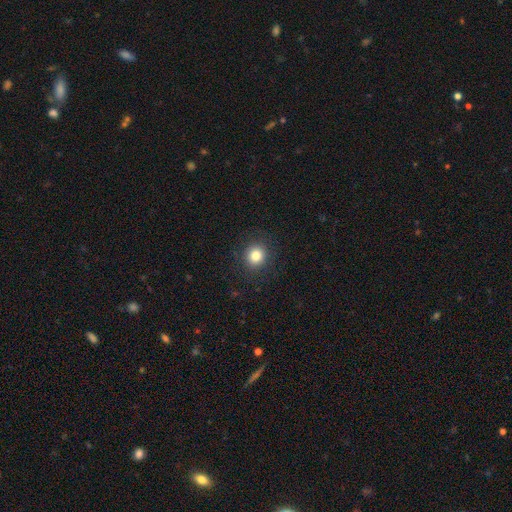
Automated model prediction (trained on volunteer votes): smooth_or_featured: smooth (p=0.84) [alt: star or artifact p=0.11]
how_rounded: round (p=0.86) [alt: in between p=0.13]
merging: none (p=0.90) [alt: minor disturbance p=0.07]